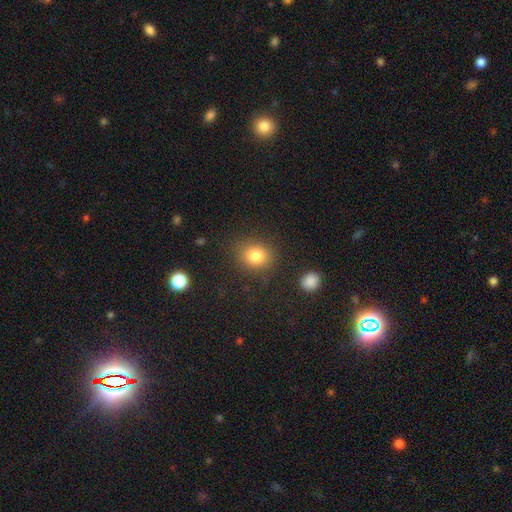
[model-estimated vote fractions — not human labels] Smooth or featured: smooth — 81% (star or artifact — 12%)
How rounded: round — 72% (in between — 27%)
Merging: none — 84% (minor disturbance — 10%)